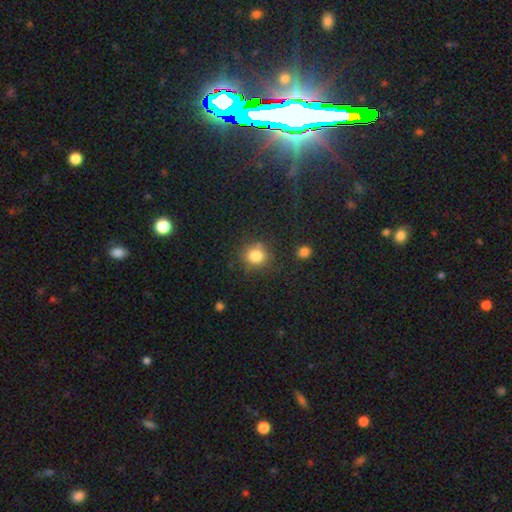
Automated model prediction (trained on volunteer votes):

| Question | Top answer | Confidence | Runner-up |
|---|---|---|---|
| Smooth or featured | smooth | 82% | star or artifact (12%) |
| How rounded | round | 83% | in between (16%) |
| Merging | none | 77% | minor disturbance (13%) |